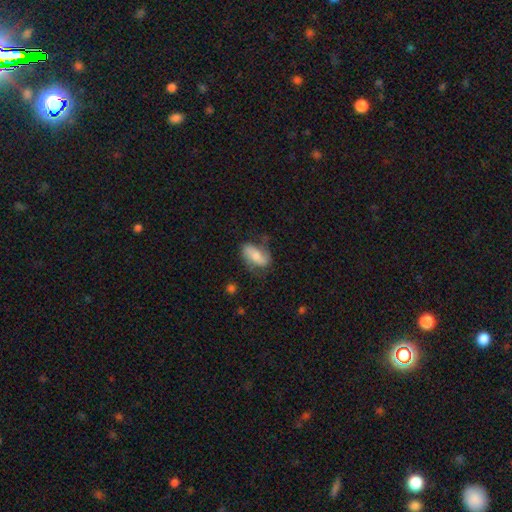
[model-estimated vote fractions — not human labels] Q: Smooth or featured?
A: smooth (51%); runner-up: featured or disk (41%)
Q: How rounded?
A: in between (88%); runner-up: cigar-shaped (7%)
Q: Merging?
A: none (55%); runner-up: minor disturbance (28%)